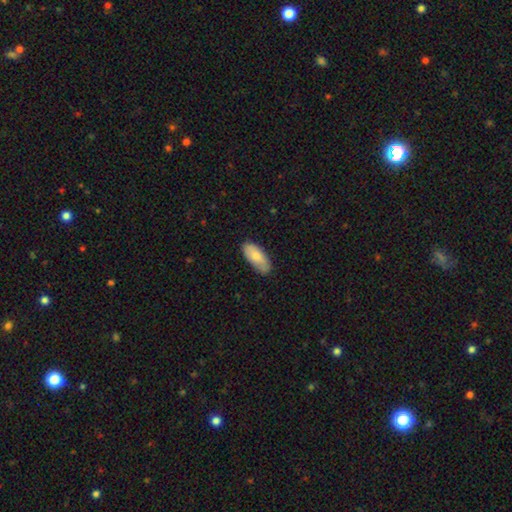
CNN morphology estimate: Smooth or featured? Predicted: smooth (p=0.80). How rounded? Predicted: in between (p=0.87). Merging? Predicted: none (p=0.79).